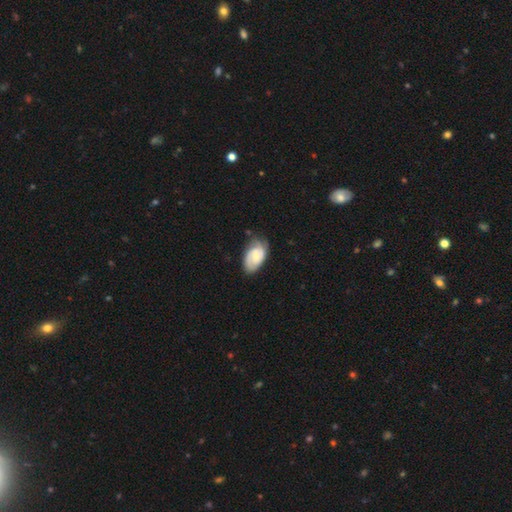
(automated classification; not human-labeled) Morphology: type=featured or disk (61%); edge-on=no (96%); bar=no (58%); spiral arms=yes (90%); winding=tight (55%); arm count=2 (61%); bulge=small (53%); merging=none (64%).